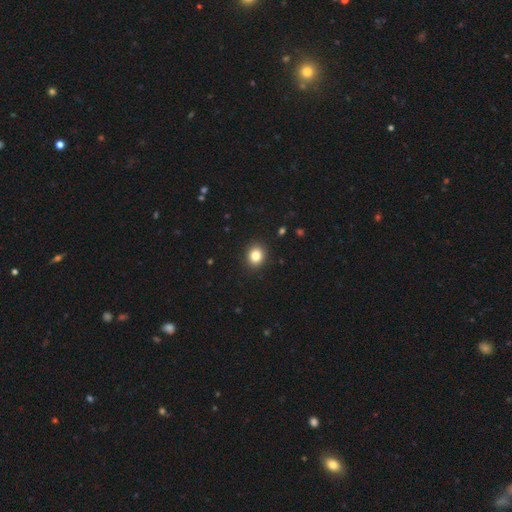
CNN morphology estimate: Smooth or featured?
  - smooth: 83% *
  - star or artifact: 11%
  - featured or disk: 6%
How rounded?
  - round: 73% *
  - in between: 26%
  - cigar-shaped: 1%
Merging?
  - none: 91% *
  - minor disturbance: 6%
  - major disturbance: 2%
  - merger: 1%